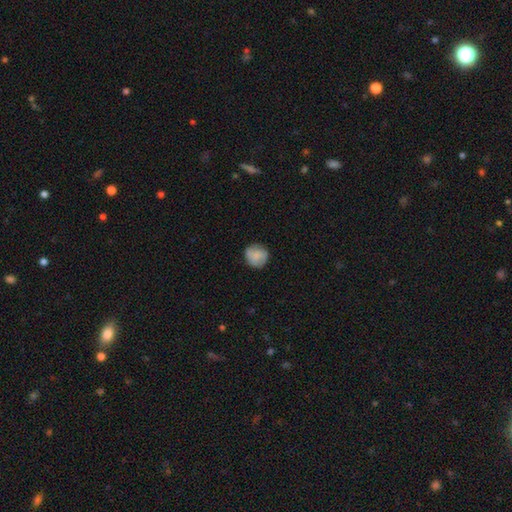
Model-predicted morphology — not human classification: smooth_or_featured: smooth (p=0.76) [alt: featured or disk p=0.17]
how_rounded: round (p=0.90) [alt: in between p=0.09]
merging: none (p=0.83) [alt: minor disturbance p=0.13]